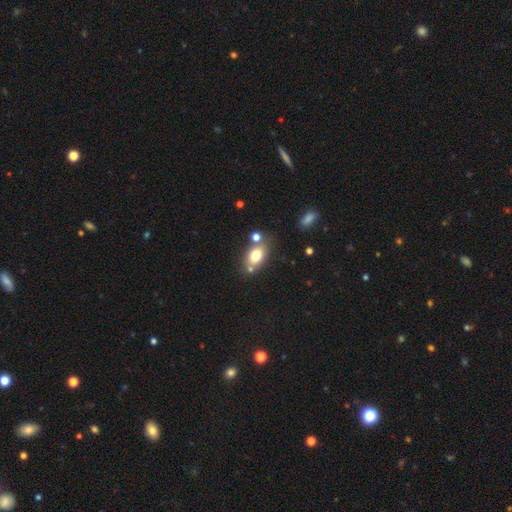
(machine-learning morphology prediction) Q: Smooth or featured?
A: smooth (75%); runner-up: featured or disk (15%)
Q: How rounded?
A: in between (78%); runner-up: round (19%)
Q: Merging?
A: none (65%); runner-up: merger (17%)